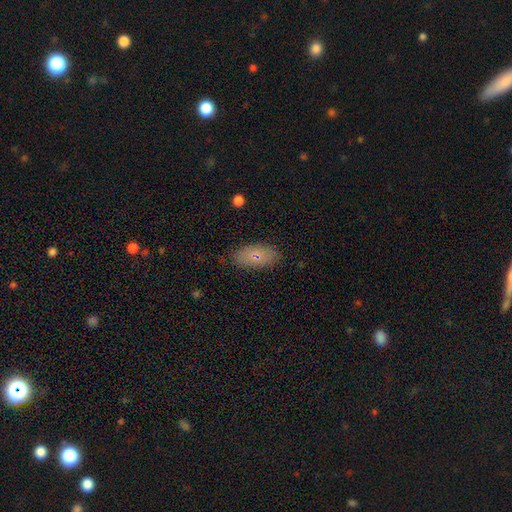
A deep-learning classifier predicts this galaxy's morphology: Q: Smooth or featured?
A: smooth (73%); runner-up: featured or disk (19%)
Q: How rounded?
A: in between (90%); runner-up: cigar-shaped (6%)
Q: Merging?
A: none (84%); runner-up: minor disturbance (12%)